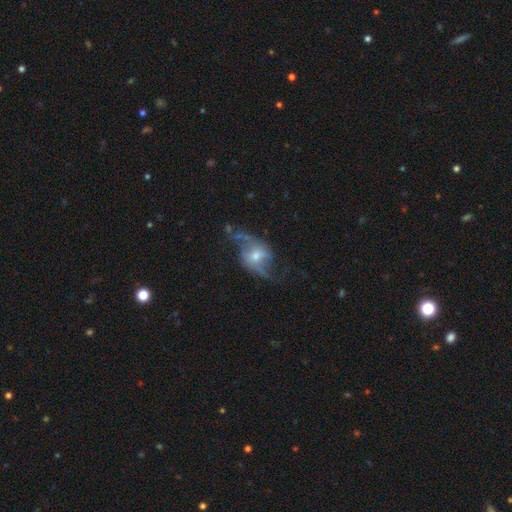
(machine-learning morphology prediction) A featured or disk galaxy (79%) with no bar (52%), 2 (90%) loose (73%) spiral arms (88%) and a moderate central bulge (55%). Merging: none (59%).